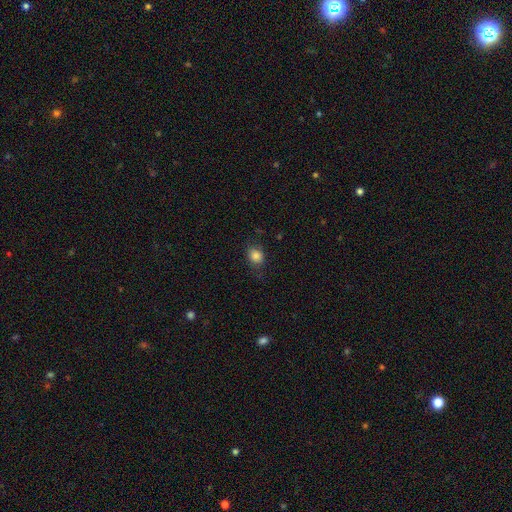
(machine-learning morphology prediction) Q: Smooth or featured?
A: smooth (84%); runner-up: star or artifact (10%)
Q: How rounded?
A: round (60%); runner-up: in between (39%)
Q: Merging?
A: none (73%); runner-up: minor disturbance (19%)